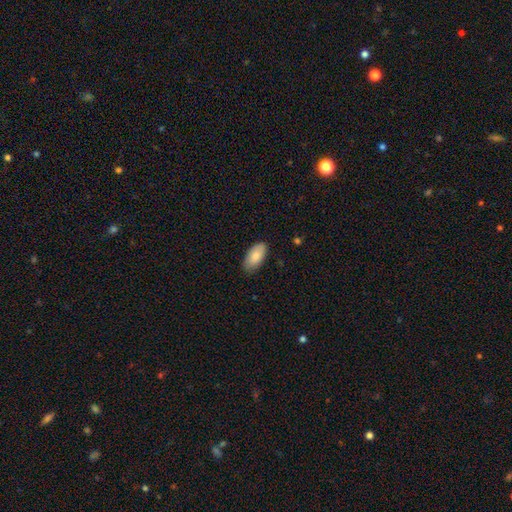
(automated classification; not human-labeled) A smooth galaxy with no disk features (85%) that is in between round and cigar-shaped (94%).

Vote fractions:
- Smooth or featured? smooth: 85% / featured or disk: 9% / star or artifact: 6%
- How rounded? in between: 94% / cigar-shaped: 4% / round: 2%
- Merging? none: 82% / minor disturbance: 15% / major disturbance: 2% / merger: 1%